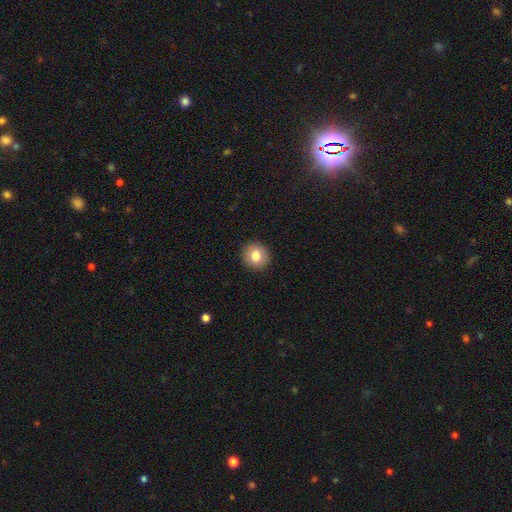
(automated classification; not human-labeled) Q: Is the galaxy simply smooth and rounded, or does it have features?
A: smooth — 81%.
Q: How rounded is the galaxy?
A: round — 92%.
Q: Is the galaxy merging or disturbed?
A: none — 92%.